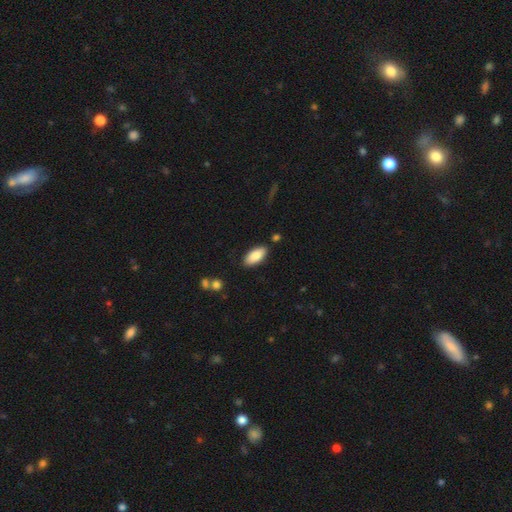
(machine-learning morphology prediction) This appears to be a smooth galaxy with no disk features (85%) that is in between round and cigar-shaped (90%). Merging: none (86%).